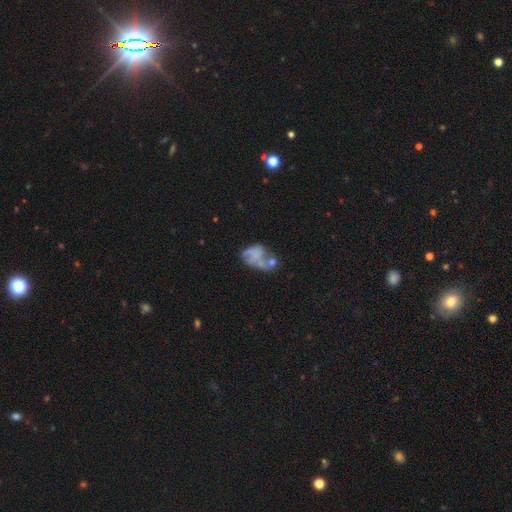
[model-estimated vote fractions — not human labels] Overall: featured or disk (52%; smooth 36%). Edge-on disk: no (98%). Bar: no (91%). Spiral arms: no (83%). Bulge size: none (79%). Merging: major disturbance (29%; none 27%).